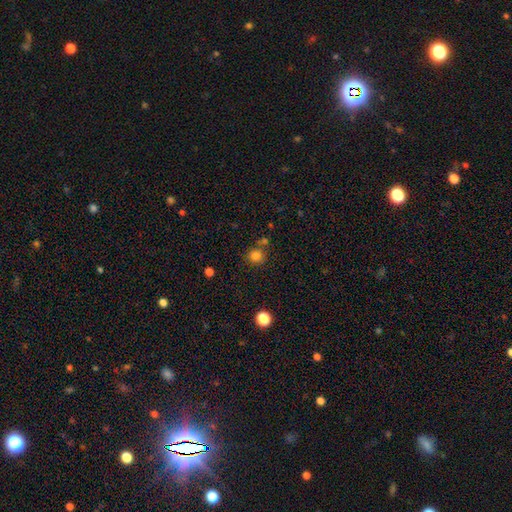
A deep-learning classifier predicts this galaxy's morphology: Q: Smooth or featured?
A: smooth (81%); runner-up: star or artifact (14%)
Q: How rounded?
A: round (89%); runner-up: in between (10%)
Q: Merging?
A: none (71%); runner-up: merger (15%)